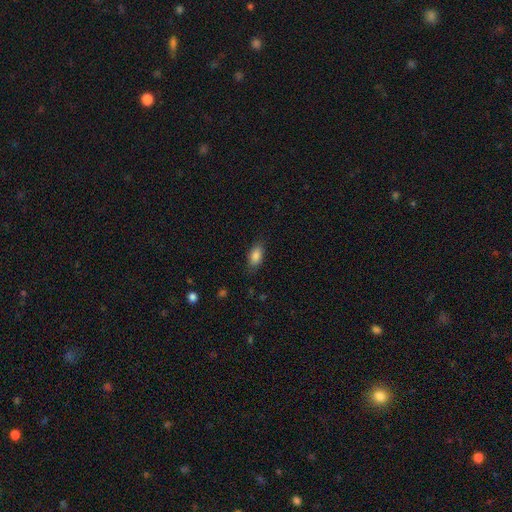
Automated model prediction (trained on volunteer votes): smooth-or-featured: smooth: 86% | star or artifact: 8% | featured or disk: 6%
  how-rounded: in between: 90% | cigar-shaped: 5% | round: 5%
  merging: none: 82% | minor disturbance: 14% | major disturbance: 4% | merger: 1%